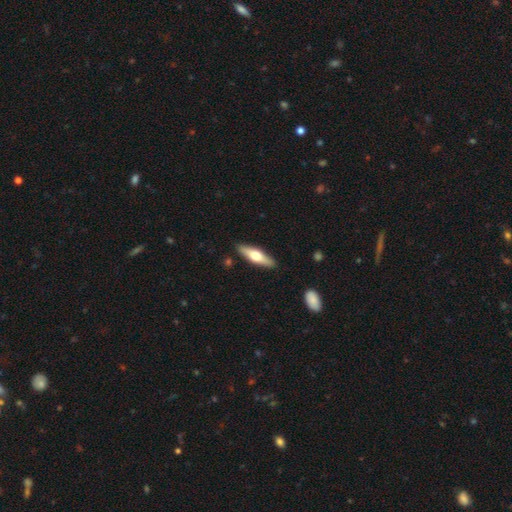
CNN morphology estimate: The model was most divided on "smooth or featured": smooth: 49%, featured or disk: 46%, star or artifact: 5%. More confident: merging — none (89%).